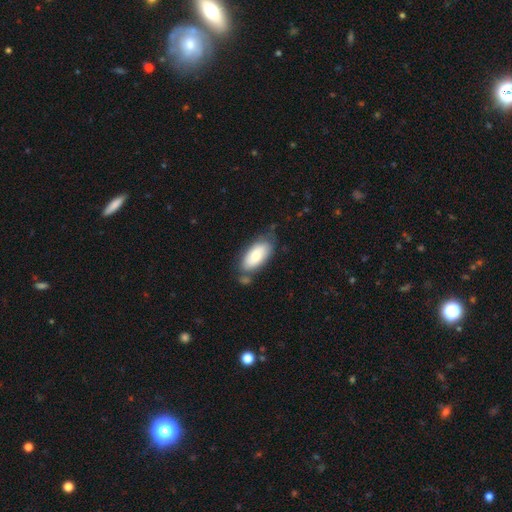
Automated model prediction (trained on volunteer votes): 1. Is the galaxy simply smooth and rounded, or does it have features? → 73% smooth, 21% featured or disk, 6% star or artifact.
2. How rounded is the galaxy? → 91% in between, 7% cigar-shaped, 2% round.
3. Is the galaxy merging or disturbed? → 60% none, 23% minor disturbance, 11% merger, 6% major disturbance.